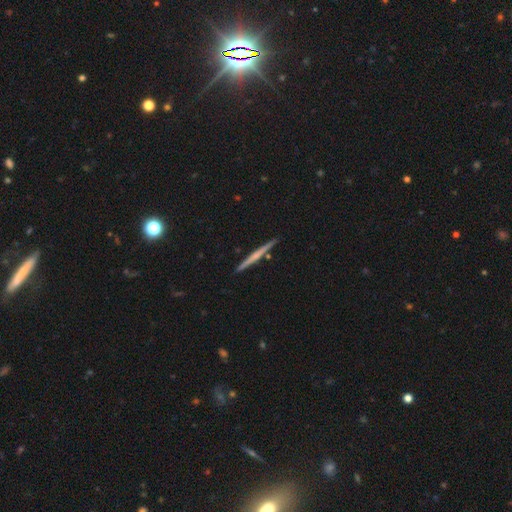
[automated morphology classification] A featured or disk galaxy (60%) viewed edge-on (98%) with no central bulge (61%). Merging: none (91%).